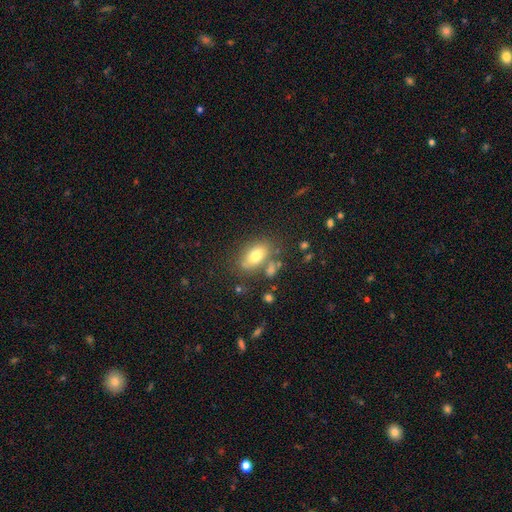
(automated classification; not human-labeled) The model was most divided on "merging": none: 66%, minor disturbance: 16%, merger: 11%, major disturbance: 6%. More confident: how rounded — in between (87%); smooth or featured — smooth (76%).